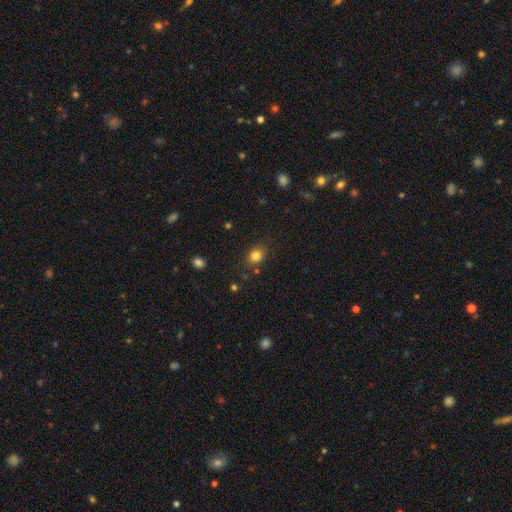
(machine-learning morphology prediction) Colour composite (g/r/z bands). It shows a smooth galaxy with no disk features (82%) that is in between round and cigar-shaped (52%). Merging: none (82%).